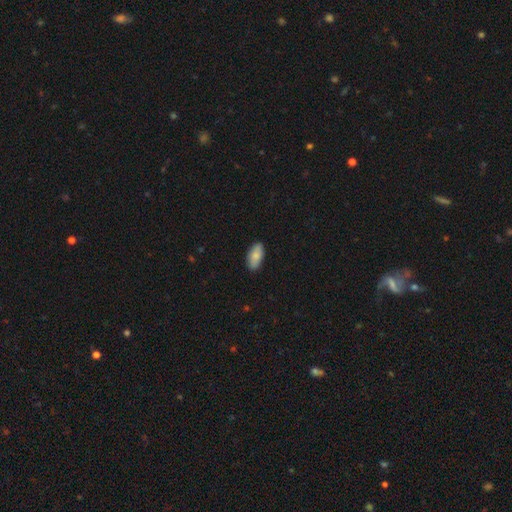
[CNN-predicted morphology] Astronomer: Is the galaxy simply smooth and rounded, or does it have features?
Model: smooth — 83%.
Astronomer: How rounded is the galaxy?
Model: in between — 93%.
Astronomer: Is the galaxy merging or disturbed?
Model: none — 87%.